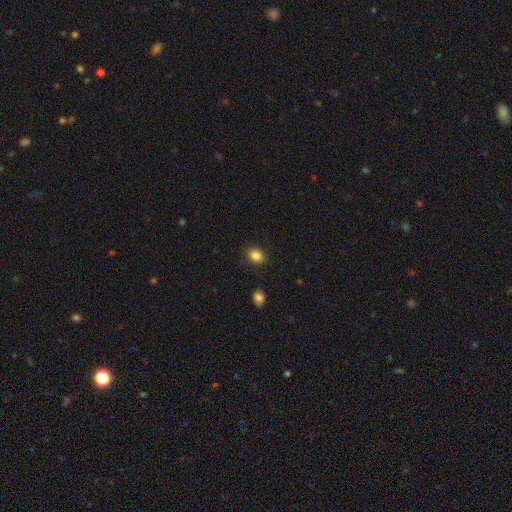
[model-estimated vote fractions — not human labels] Morphology: type=smooth (86%); roundness=in between (58%); merging=none (87%).